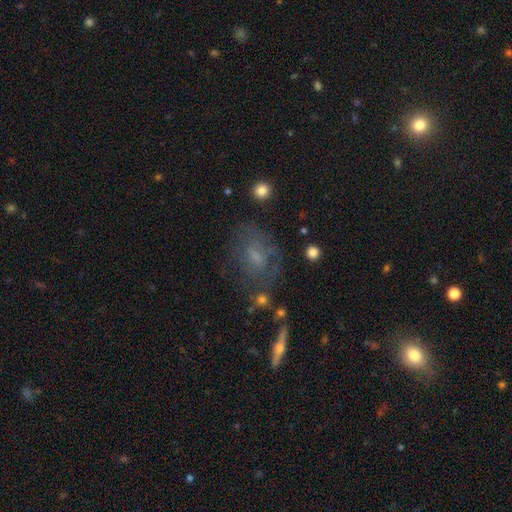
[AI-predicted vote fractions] Overall: featured or disk (50%; smooth 35%). Merging: none (58%; minor disturbance 22%).